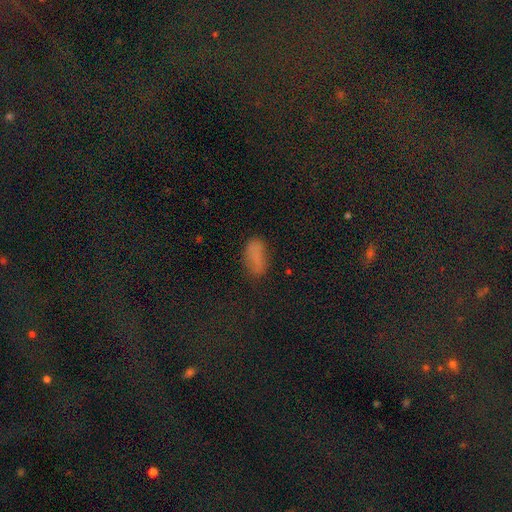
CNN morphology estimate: The model was most divided on "merging": none: 70%, minor disturbance: 19%, major disturbance: 7%, merger: 3%. More confident: how rounded — in between (86%); smooth or featured — smooth (72%).